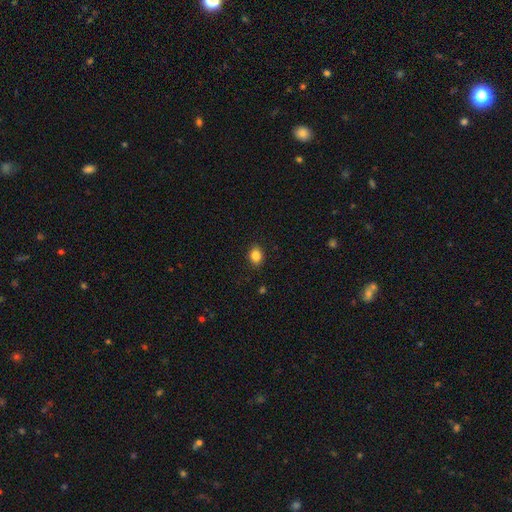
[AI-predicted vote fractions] Morphology: type=smooth (85%); roundness=in between (57%); merging=none (88%).